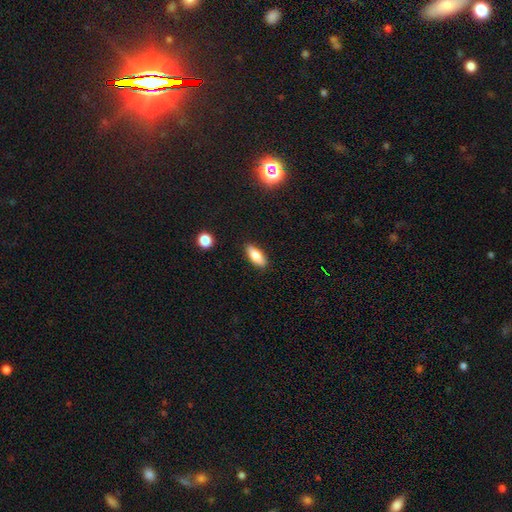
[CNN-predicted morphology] Smooth or featured? Predicted: smooth (p=0.79). How rounded? Predicted: in between (p=0.75). Merging? Predicted: none (p=0.87).